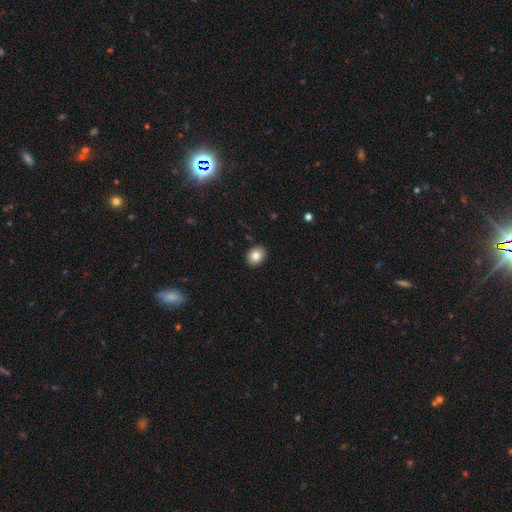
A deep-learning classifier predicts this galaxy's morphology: Q: Smooth or featured?
A: smooth (82%); runner-up: featured or disk (9%)
Q: How rounded?
A: in between (50%); runner-up: round (49%)
Q: Merging?
A: none (91%); runner-up: minor disturbance (7%)